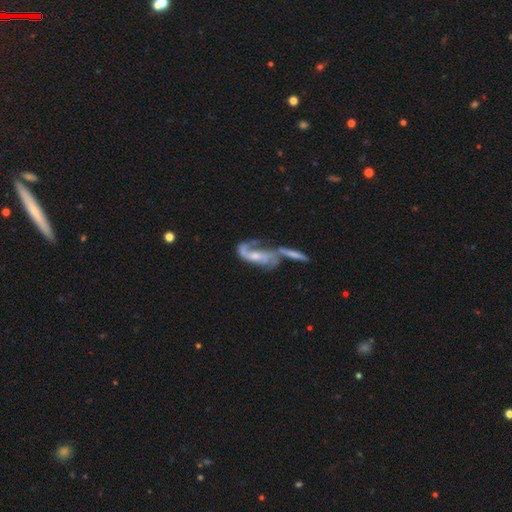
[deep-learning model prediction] Smooth or featured? Predicted: featured or disk (p=0.77). Edge-on disk? Predicted: no (p=0.92). Bar? Predicted: no (p=0.51). Spiral arms? Predicted: yes (p=0.86). Spiral winding? Predicted: loose (p=0.58). Spiral arm count? Predicted: 2 (p=0.63). Bulge size? Predicted: small (p=0.41). Merging? Predicted: merger (p=0.50).